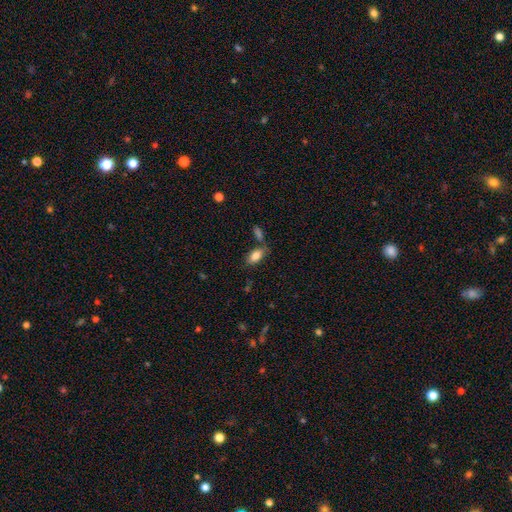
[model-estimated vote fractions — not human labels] smooth_or_featured: smooth (p=0.83) [alt: featured or disk p=0.10]
how_rounded: in between (p=0.91) [alt: cigar-shaped p=0.05]
merging: none (p=0.67) [alt: minor disturbance p=0.15]